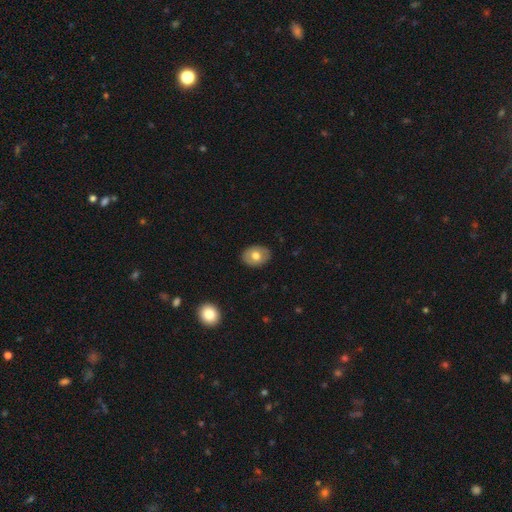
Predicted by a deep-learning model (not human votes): Overall: smooth (70%). How rounded: in between (64%; round 35%). Merging: none (88%).